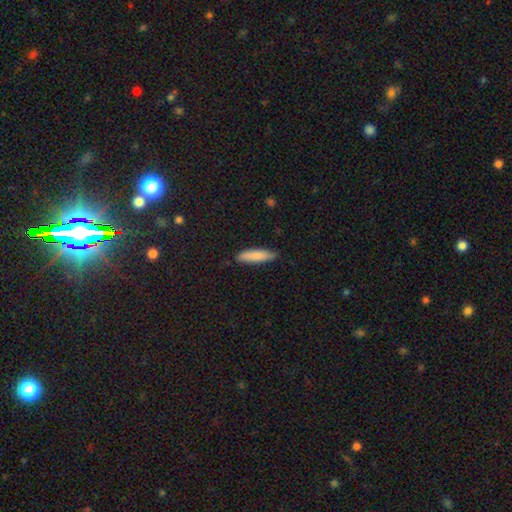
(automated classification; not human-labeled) The model was most divided on "how rounded": cigar-shaped: 71%, in between: 28%, round: 1%. More confident: merging — none (85%); smooth or featured — smooth (82%).